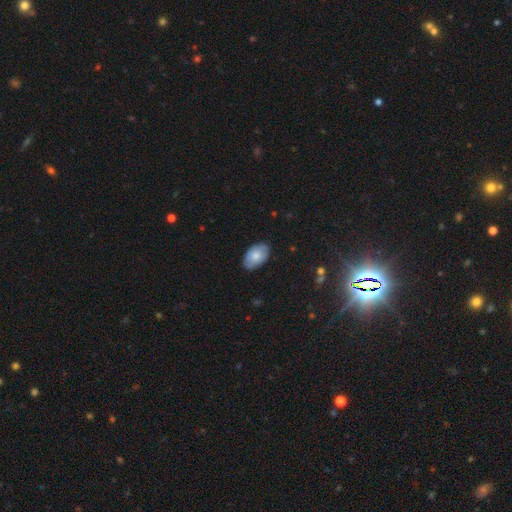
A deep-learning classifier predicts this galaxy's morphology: smooth 77%, featured or disk 17%, star or artifact 6%. Down the decision tree: how rounded — in between (93%); merging — none (83%).